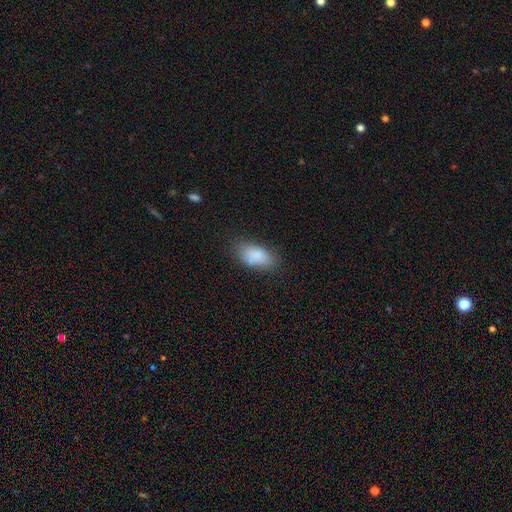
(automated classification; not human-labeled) This appears to be a smooth galaxy with no disk features (85%) that is in between round and cigar-shaped (91%). Merging: none (74%).